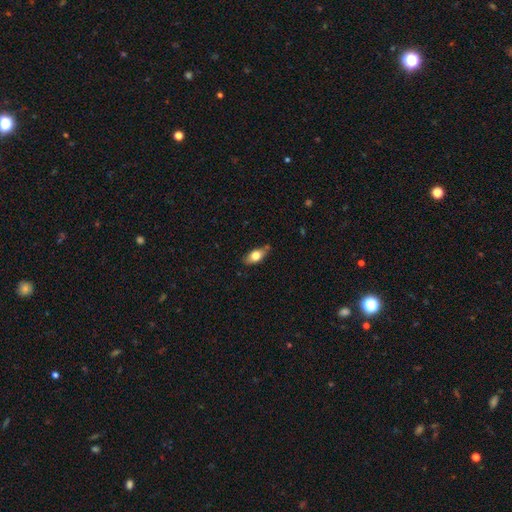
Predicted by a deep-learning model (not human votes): Overall: smooth (70%). How rounded: in between (85%). Merging: none (71%).